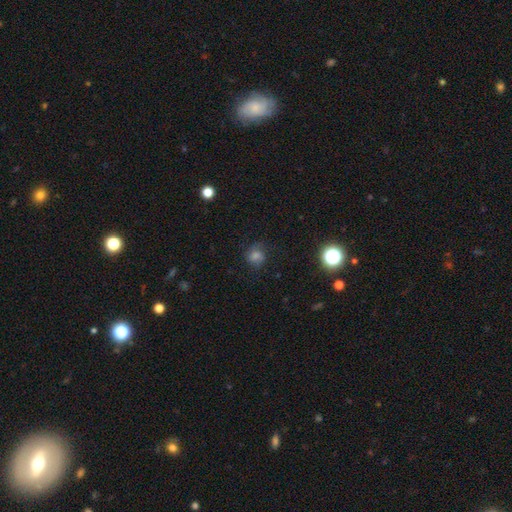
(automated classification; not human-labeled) Smooth or featured: smooth — 56% (star or artifact — 24%)
How rounded: round — 77% (in between — 22%)
Merging: none — 68% (minor disturbance — 20%)